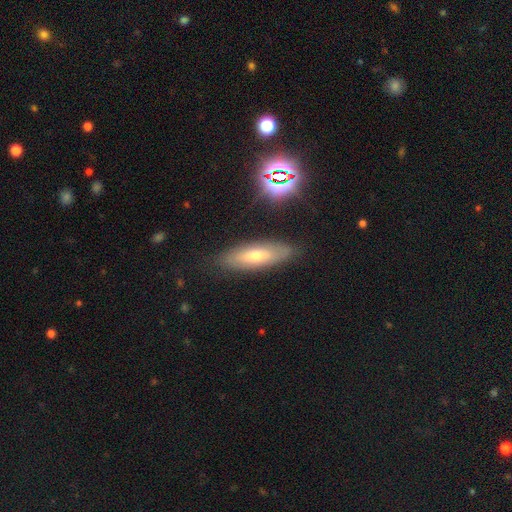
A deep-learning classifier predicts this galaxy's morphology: This appears to be a smooth galaxy with no disk features (54%) that is in between round and cigar-shaped (54%). Merging: none (83%).